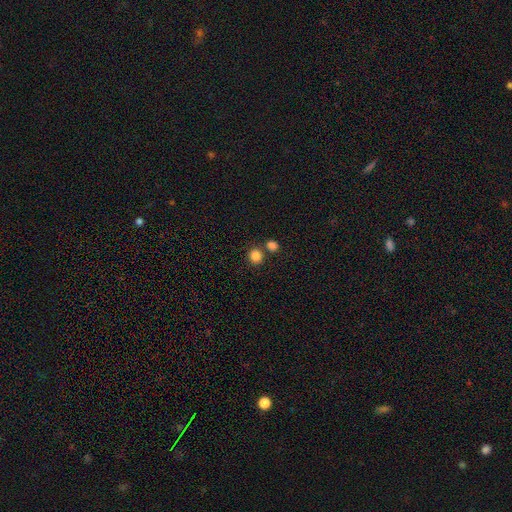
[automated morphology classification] The model was most divided on "merging": none: 73%, merger: 17%, minor disturbance: 7%, major disturbance: 2%. More confident: how rounded — round (88%); smooth or featured — smooth (84%).